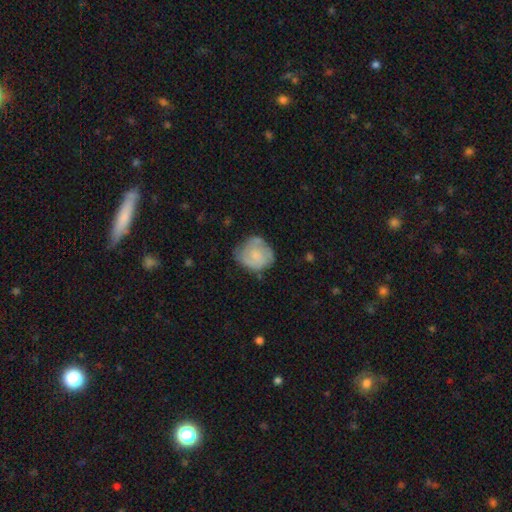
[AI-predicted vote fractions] smooth-or-featured: smooth: 47% (tied) | featured or disk: 47% (tied) | star or artifact: 7%
  merging: none: 57% | minor disturbance: 29% | major disturbance: 11% | merger: 3%